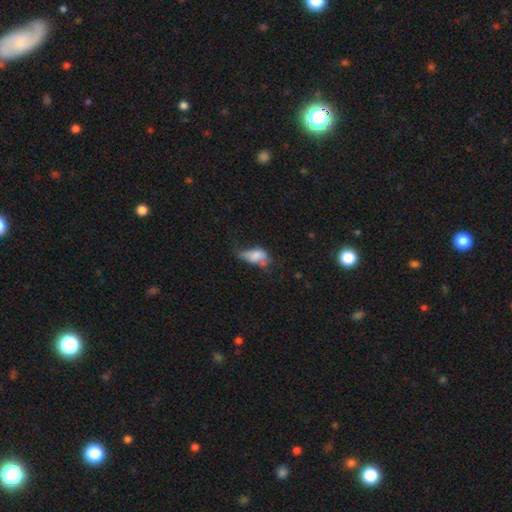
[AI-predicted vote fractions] A smooth galaxy with no disk features (69%) that is in between round and cigar-shaped (89%).

Vote fractions:
- Smooth or featured? smooth: 69% / featured or disk: 21% / star or artifact: 9%
- How rounded? in between: 89% / round: 6% / cigar-shaped: 5%
- Merging? minor disturbance: 35% / major disturbance: 32% / none: 24% / merger: 9%